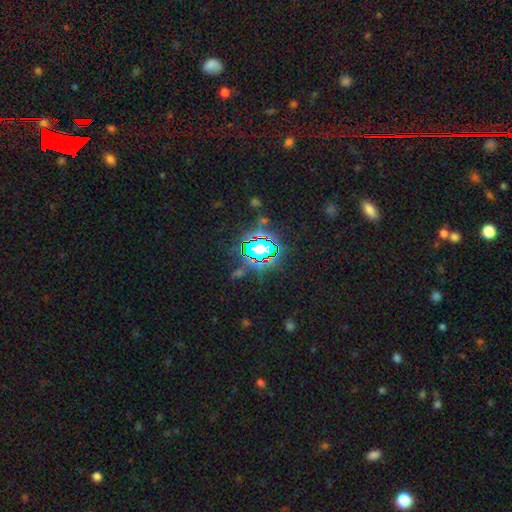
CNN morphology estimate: Q: Smooth or featured?
A: star or artifact (79%); runner-up: smooth (13%)